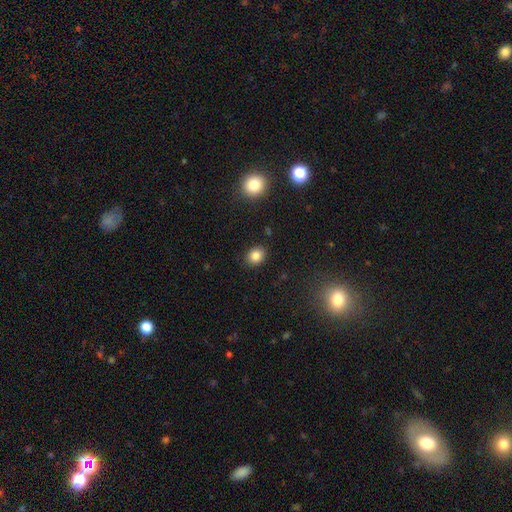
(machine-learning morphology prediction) smooth 83%, star or artifact 10%, featured or disk 6%. Down the decision tree: how rounded — in between (50%); merging — none (87%).